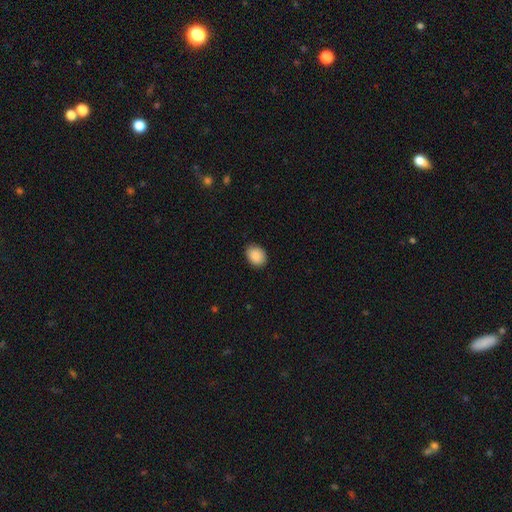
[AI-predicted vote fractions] A smooth galaxy with no disk features (89%) that is in between round and cigar-shaped (61%).

Vote fractions:
- Smooth or featured? smooth: 89% / star or artifact: 7% / featured or disk: 4%
- How rounded? in between: 61% / round: 38% / cigar-shaped: 1%
- Merging? none: 85% / minor disturbance: 12% / major disturbance: 2% / merger: 1%